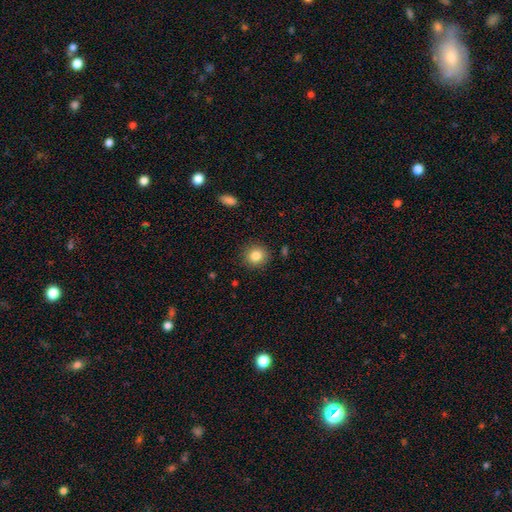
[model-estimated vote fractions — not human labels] smooth 83%, star or artifact 10%, featured or disk 7%. Down the decision tree: how rounded — round (89%); merging — none (90%).